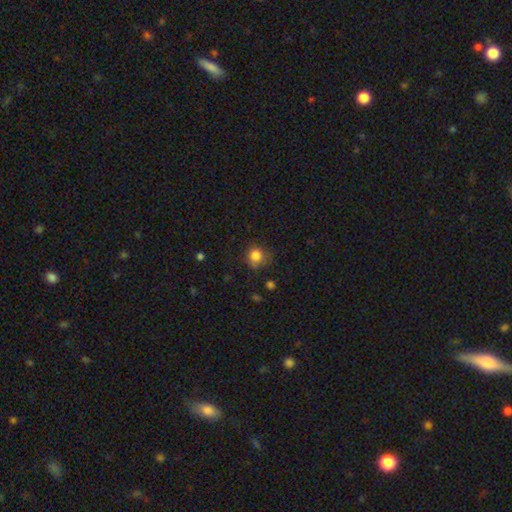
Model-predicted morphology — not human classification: smooth-or-featured: smooth: 83% | star or artifact: 11% | featured or disk: 6%
  how-rounded: round: 85% | in between: 14% | cigar-shaped: 1%
  merging: none: 68% | minor disturbance: 23% | major disturbance: 7% | merger: 2%